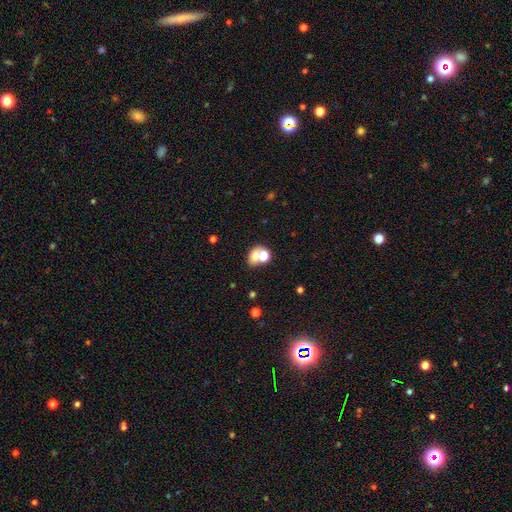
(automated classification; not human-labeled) Morphology: type=smooth (67%); roundness=round (55%); merging=merger (52%).